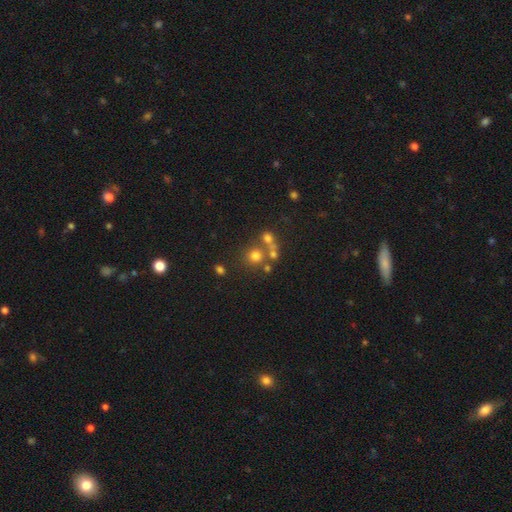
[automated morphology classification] The model was most divided on "merging": none: 55%, merger: 32%, minor disturbance: 8%, major disturbance: 5%. More confident: how rounded — round (87%); smooth or featured — smooth (65%).